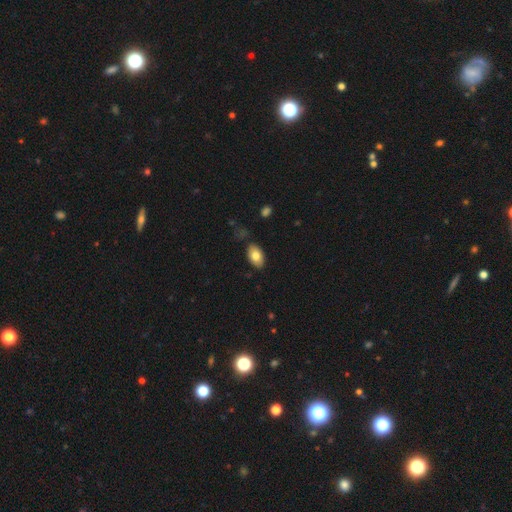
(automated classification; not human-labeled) This appears to be a smooth galaxy with no disk features (80%) that is in between round and cigar-shaped (93%). Merging: none (84%).